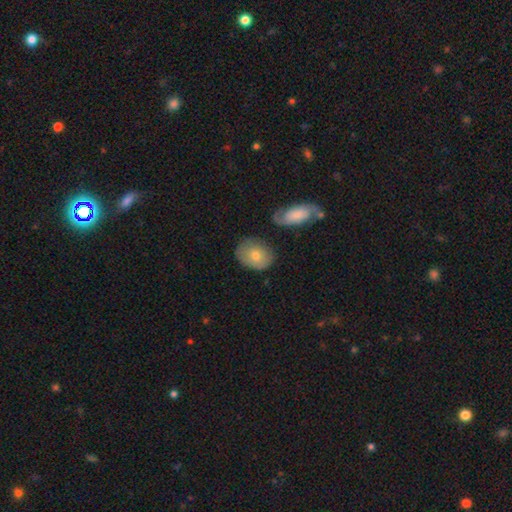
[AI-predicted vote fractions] This appears to be a smooth galaxy with no disk features (66%) that is in between round and cigar-shaped (62%). Merging: none (68%).